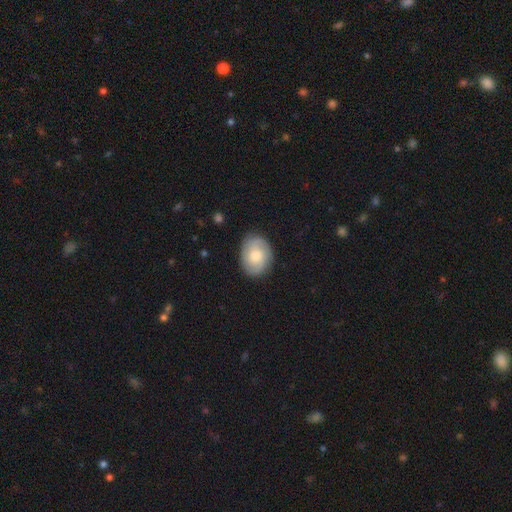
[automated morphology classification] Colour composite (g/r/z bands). It shows a smooth galaxy with no disk features (50%) that is in between round and cigar-shaped (67%). Merging: none (83%).